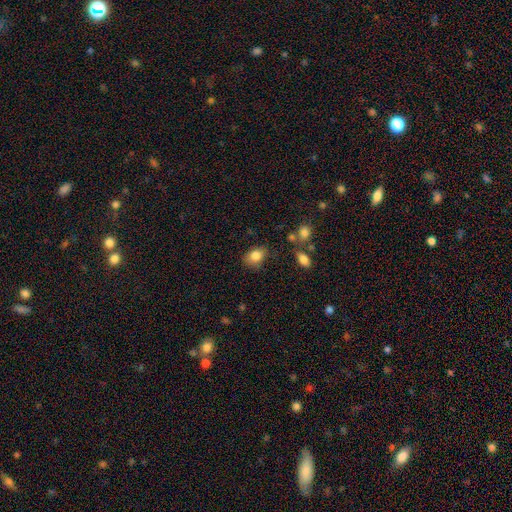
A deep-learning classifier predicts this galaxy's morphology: This is clearly a smooth galaxy (83%). How rounded: likely in between (72%). Merging: likely none (70%).